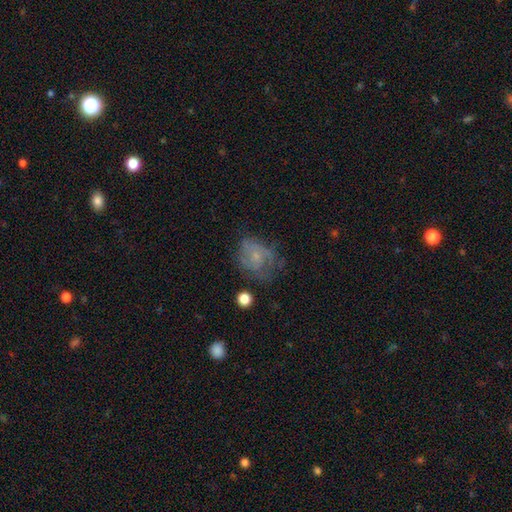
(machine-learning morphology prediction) smooth-or-featured: featured or disk: 53% | smooth: 36% | star or artifact: 11%
  disk-edge-on: no: 97% | yes: 3%
    bar: no: 78% | weak: 19% | strong: 3%
    has-spiral-arms: yes: 68% | no: 32%
    bulge-size: small: 66% | moderate: 18% | none: 14% | large: 1% | dominant: 1%
  merging: none: 50% | minor disturbance: 27% | major disturbance: 21% | merger: 2%